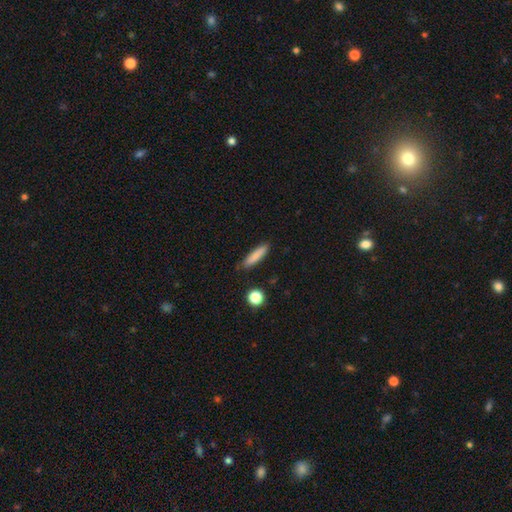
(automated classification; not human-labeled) smooth-or-featured: smooth: 82% | featured or disk: 10% | star or artifact: 8%
  how-rounded: cigar-shaped: 80% | in between: 18% | round: 2%
  merging: none: 83% | minor disturbance: 12% | major disturbance: 2% | merger: 2%